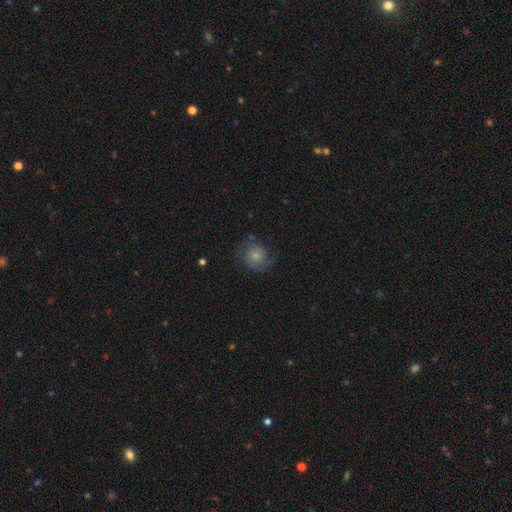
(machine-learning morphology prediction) A smooth galaxy with no disk features (61%) that is round (78%).

Vote fractions:
- Smooth or featured? smooth: 61% / featured or disk: 29% / star or artifact: 9%
- How rounded? round: 78% / in between: 22% / cigar-shaped: 1%
- Merging? none: 64% / minor disturbance: 23% / major disturbance: 11% / merger: 2%